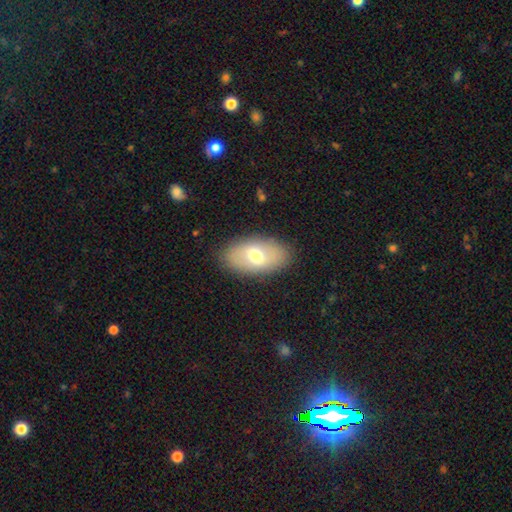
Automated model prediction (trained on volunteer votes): Q: Smooth or featured?
A: smooth (64%); runner-up: featured or disk (28%)
Q: How rounded?
A: in between (92%); runner-up: round (5%)
Q: Merging?
A: none (86%); runner-up: minor disturbance (10%)